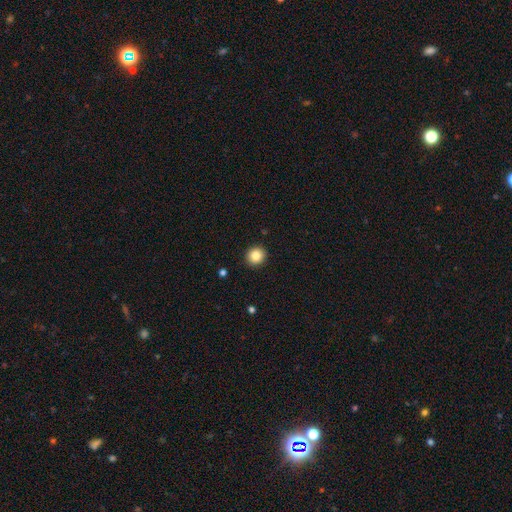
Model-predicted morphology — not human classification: smooth-or-featured: smooth: 85% | star or artifact: 10% | featured or disk: 6%
  how-rounded: round: 89% | in between: 10% | cigar-shaped: 1%
  merging: none: 92% | minor disturbance: 5% | major disturbance: 2% | merger: 1%